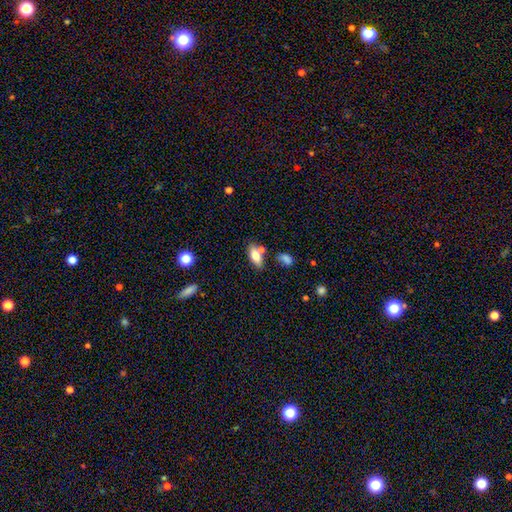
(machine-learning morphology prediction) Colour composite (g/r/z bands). It shows a smooth galaxy with no disk features (73%) that is in between round and cigar-shaped (80%). Merging: none (64%).